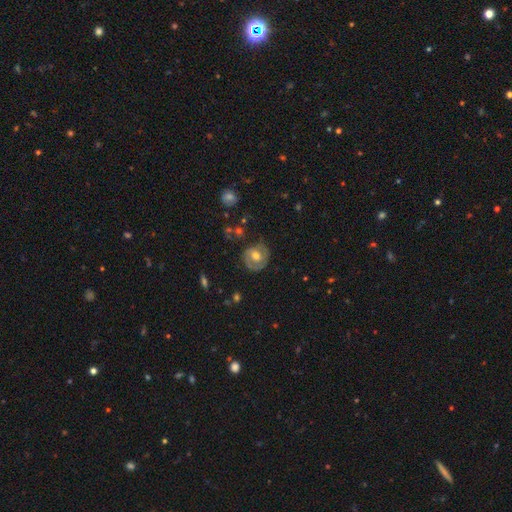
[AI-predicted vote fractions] smooth_or_featured: featured or disk (p=0.53) [alt: smooth p=0.40]
disk_edge_on: no (p=0.96) [alt: yes p=0.04]
bar: no (p=0.58) [alt: weak p=0.34]
has_spiral_arms: yes (p=0.62) [alt: no p=0.38]
bulge_size: moderate (p=0.70) [alt: large p=0.16]
merging: none (p=0.70) [alt: minor disturbance p=0.20]